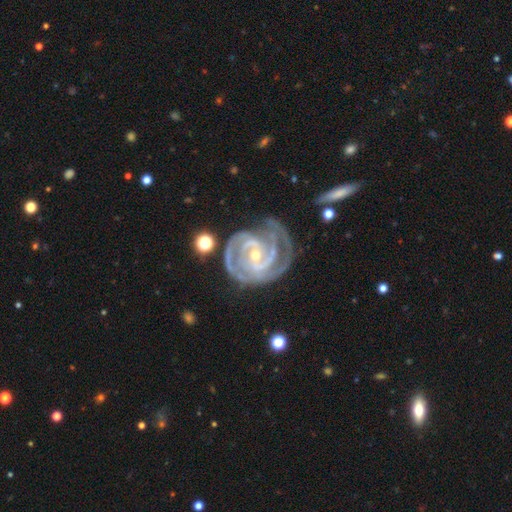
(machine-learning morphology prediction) Overall: featured or disk (92%). Edge-on disk: no (98%). Bar: weak (38%; no 34%). Spiral arms: yes (98%). Spiral arm count: 2 (36%; 3 34%). Spiral winding: tight (71%). Bulge size: small (65%; moderate 32%). Merging: none (64%).